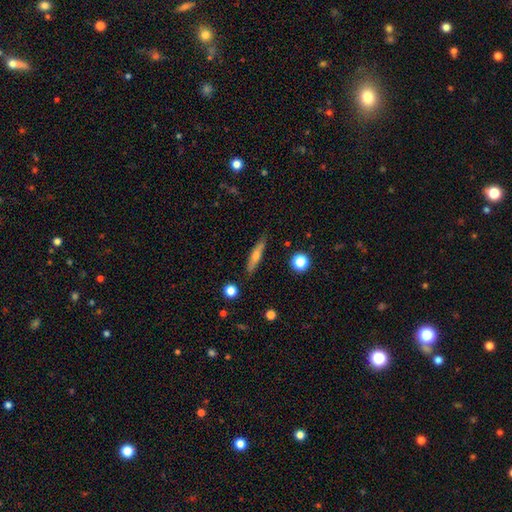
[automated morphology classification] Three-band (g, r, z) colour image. It shows a featured or disk galaxy (48%). Merging: none (87%).